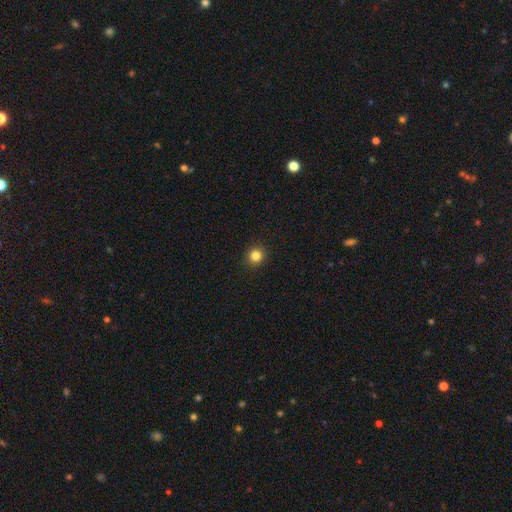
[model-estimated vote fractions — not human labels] A smooth galaxy with no disk features (83%) that is round (92%).

Vote fractions:
- Smooth or featured? smooth: 83% / star or artifact: 13% / featured or disk: 4%
- How rounded? round: 92% / in between: 7% / cigar-shaped: 1%
- Merging? none: 92% / minor disturbance: 5% / major disturbance: 2% / merger: 1%